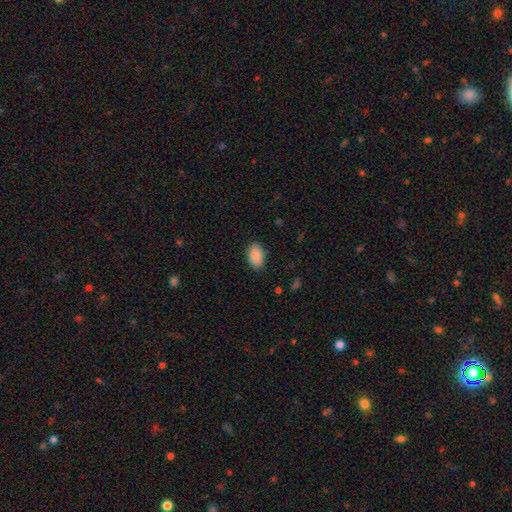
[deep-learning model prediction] Smooth or featured? Predicted: smooth (p=0.89). How rounded? Predicted: in between (p=0.92). Merging? Predicted: none (p=0.86).